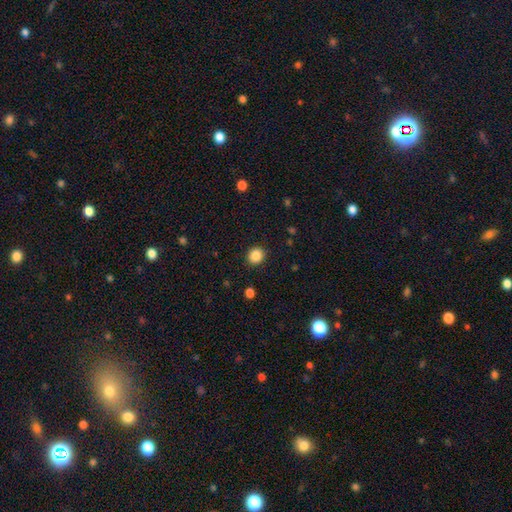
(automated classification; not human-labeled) This is clearly a smooth galaxy (87%). How rounded: likely round (79%). Merging: clearly none (91%).